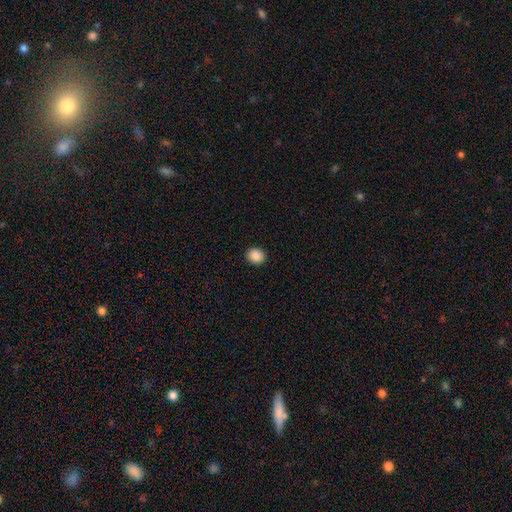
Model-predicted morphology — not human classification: Smooth or featured? Predicted: smooth (p=0.88). How rounded? Predicted: round (p=0.75). Merging? Predicted: none (p=0.92).